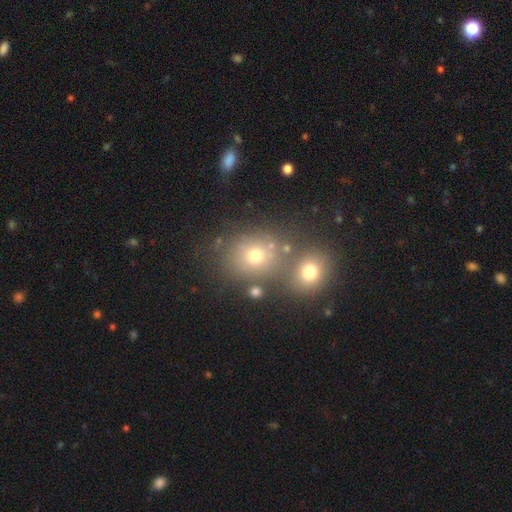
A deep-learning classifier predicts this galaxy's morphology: Smooth or featured?
  - smooth: 59% *
  - star or artifact: 25%
  - featured or disk: 16%
How rounded?
  - round: 73% *
  - in between: 26%
  - cigar-shaped: 1%
Merging?
  - none: 52% *
  - merger: 34%
  - minor disturbance: 10%
  - major disturbance: 4%